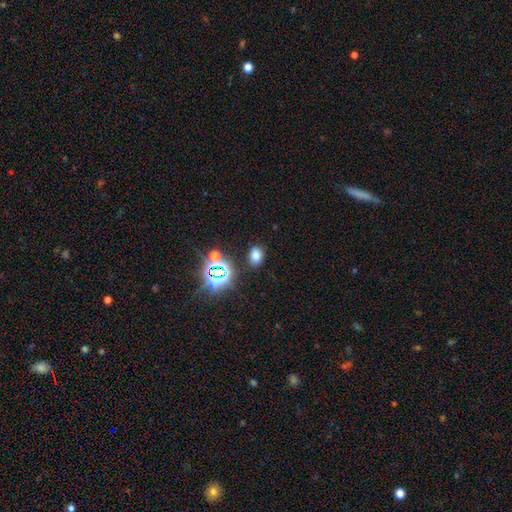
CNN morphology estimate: smooth_or_featured: smooth (p=0.68) [alt: star or artifact p=0.25]
how_rounded: in between (p=0.74) [alt: round p=0.24]
merging: none (p=0.84) [alt: minor disturbance p=0.10]